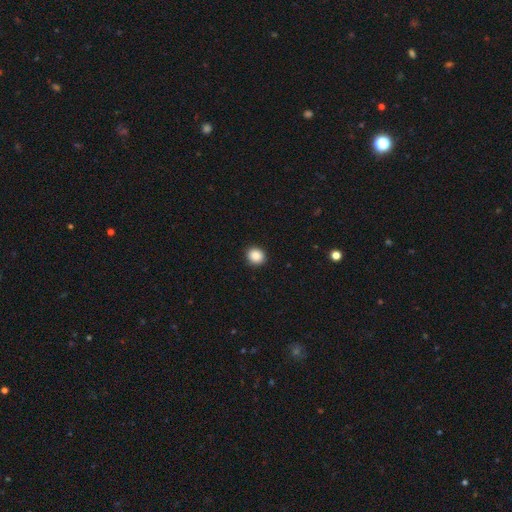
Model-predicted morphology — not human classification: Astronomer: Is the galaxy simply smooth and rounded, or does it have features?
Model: smooth — 88%.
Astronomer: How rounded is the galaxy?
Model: round — 79%.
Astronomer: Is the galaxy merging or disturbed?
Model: none — 92%.